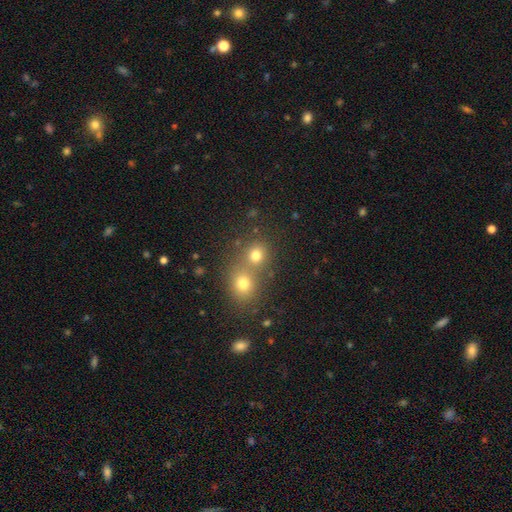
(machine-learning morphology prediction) Smooth or featured? Predicted: smooth (p=0.70). How rounded? Predicted: round (p=0.80). Merging? Predicted: none (p=0.46, tied with merger).